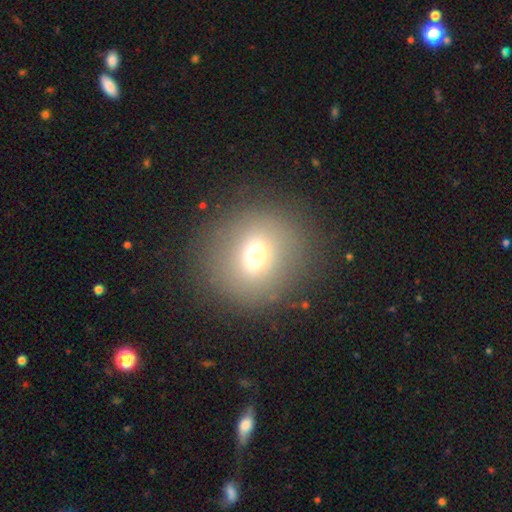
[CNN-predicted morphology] Smooth or featured? smooth (64%)
How rounded? round (83%)
Merging? none (84%)